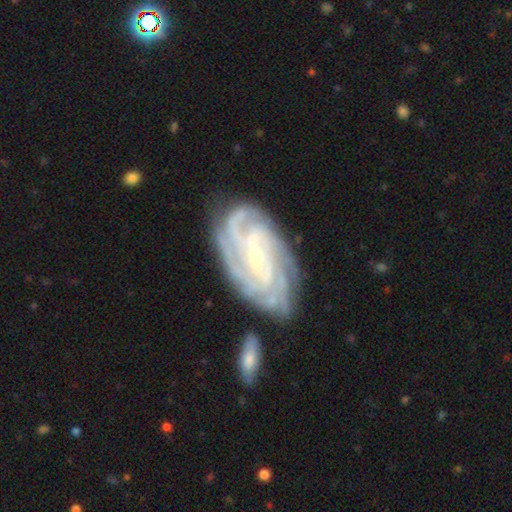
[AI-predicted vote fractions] Q: Smooth or featured?
A: featured or disk (89%); runner-up: smooth (6%)
Q: Edge-on disk?
A: no (96%); runner-up: yes (4%)
Q: Bar?
A: no (41%); runner-up: weak (40%)
Q: Spiral arms?
A: yes (98%); runner-up: no (2%)
Q: Spiral winding?
A: tight (73%); runner-up: medium (23%)
Q: Spiral arm count?
A: 4 (39%); runner-up: can't tell (18%)
Q: Bulge size?
A: small (78%); runner-up: moderate (18%)
Q: Merging?
A: none (74%); runner-up: minor disturbance (16%)